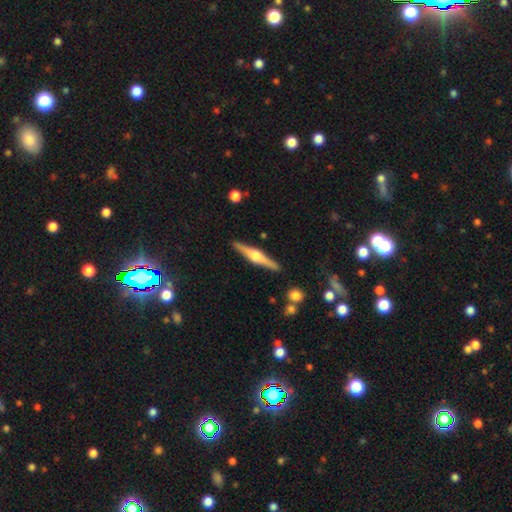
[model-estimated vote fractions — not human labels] This is likely a featured or disk galaxy (78%). It is clearly viewed edge-on (98%). Edge-on bulge: clearly rounded (92%). Merging: clearly none (90%).